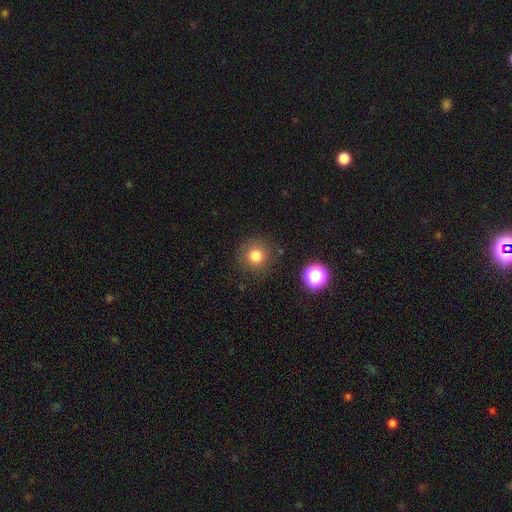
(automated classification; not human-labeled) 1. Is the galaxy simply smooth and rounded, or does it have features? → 80% smooth, 13% star or artifact, 7% featured or disk.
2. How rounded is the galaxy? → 94% round, 5% in between, 1% cigar-shaped.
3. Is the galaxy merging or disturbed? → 87% none, 8% minor disturbance, 3% major disturbance, 2% merger.